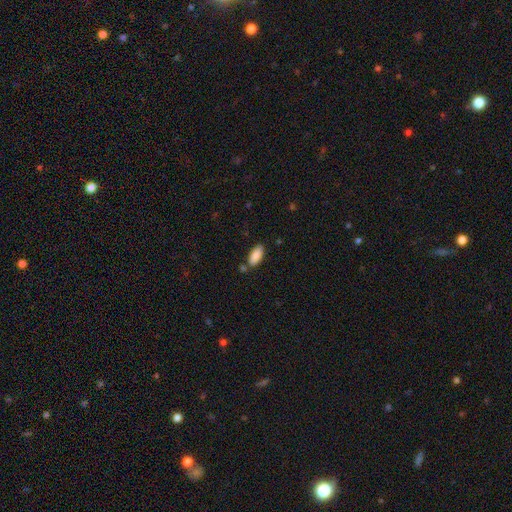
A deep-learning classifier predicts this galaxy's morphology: A smooth galaxy with no disk features (89%) that is in between round and cigar-shaped (87%).

Vote fractions:
- Smooth or featured? smooth: 89% / star or artifact: 6% / featured or disk: 5%
- How rounded? in between: 87% / cigar-shaped: 11% / round: 2%
- Merging? none: 77% / minor disturbance: 13% / merger: 8% / major disturbance: 3%